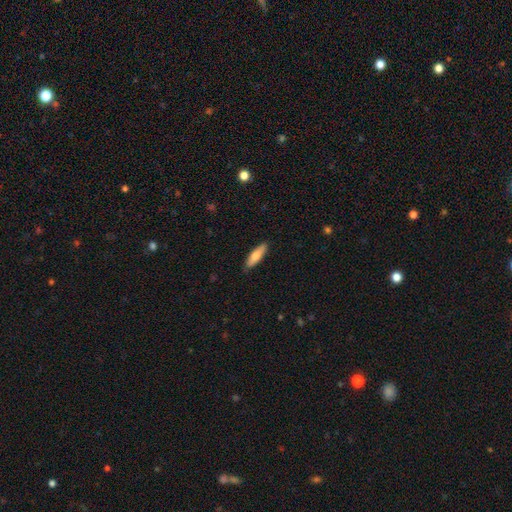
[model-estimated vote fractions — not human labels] smooth-or-featured: smooth: 74% | featured or disk: 21% | star or artifact: 6%
  how-rounded: cigar-shaped: 58% | in between: 40% | round: 2%
  merging: none: 88% | minor disturbance: 10% | major disturbance: 2% | merger: 1%